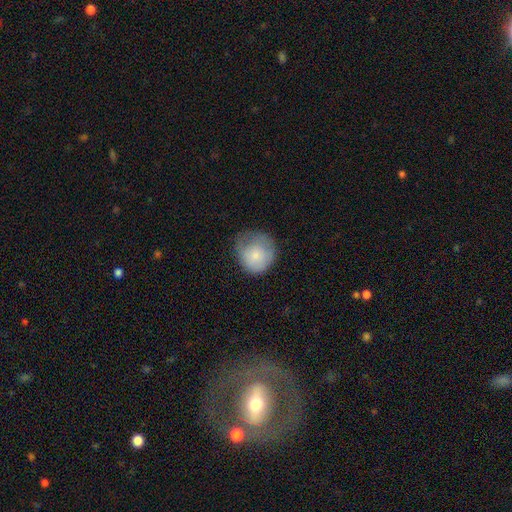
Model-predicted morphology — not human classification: smooth 79%, featured or disk 14%, star or artifact 7%. Down the decision tree: how rounded — round (85%); merging — none (46%).